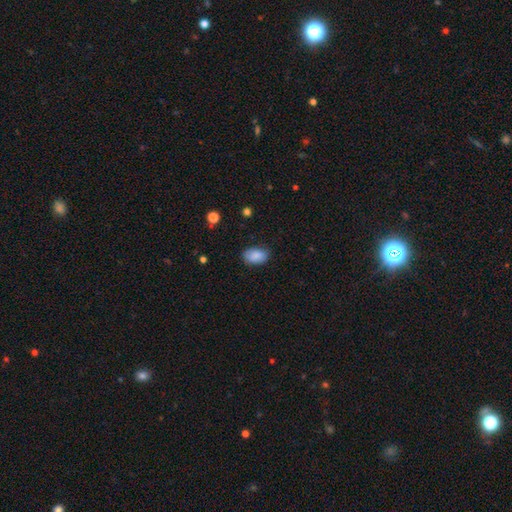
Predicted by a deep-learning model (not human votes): smooth-or-featured: smooth: 87% | star or artifact: 7% | featured or disk: 6%
  how-rounded: in between: 90% | round: 9% | cigar-shaped: 1%
  merging: none: 80% | minor disturbance: 16% | major disturbance: 3% | merger: 1%